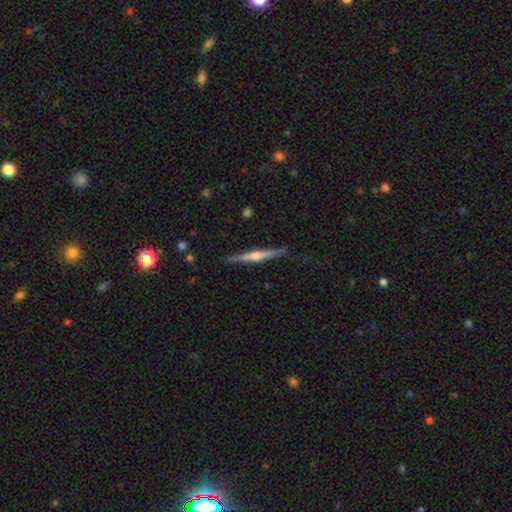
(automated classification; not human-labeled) The model was most divided on "smooth or featured": featured or disk: 73%, smooth: 22%, star or artifact: 6%. More confident: edge-on disk — yes (98%); merging — none (88%); edge-on bulge — rounded (85%).